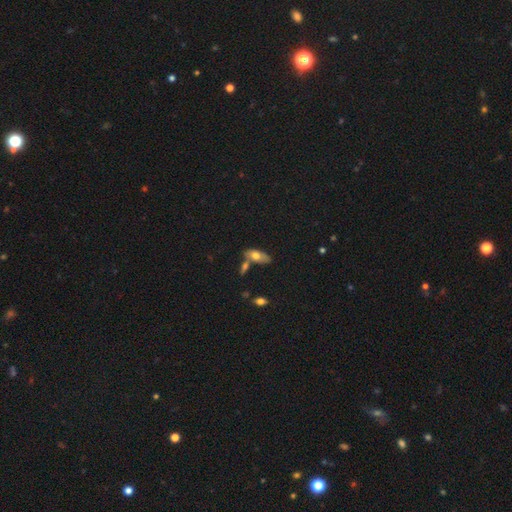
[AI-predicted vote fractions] A smooth galaxy with no disk features (64%) that is in between round and cigar-shaped (82%).

Vote fractions:
- Smooth or featured? smooth: 64% / featured or disk: 29% / star or artifact: 7%
- How rounded? in between: 82% / cigar-shaped: 14% / round: 3%
- Merging? none: 55% / merger: 22% / minor disturbance: 17% / major disturbance: 5%